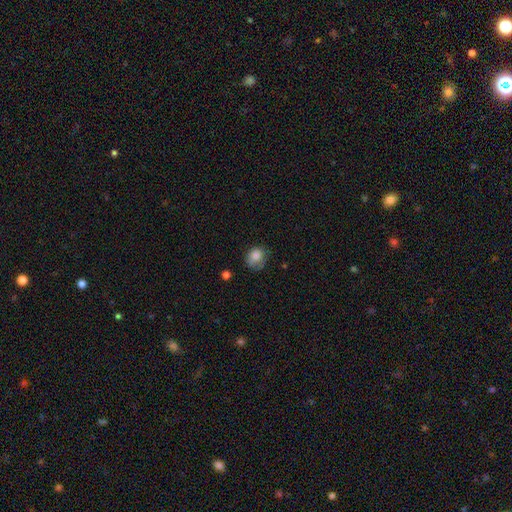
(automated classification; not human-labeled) A smooth galaxy with no disk features (81%) that is round (60%). Merging: none (51%).